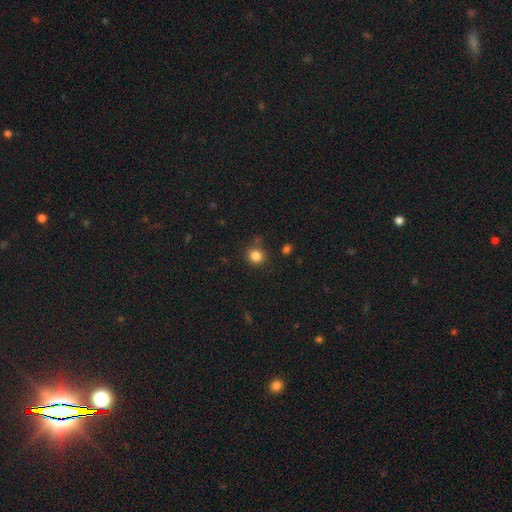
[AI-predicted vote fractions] The model was most divided on "merging": none: 81%, minor disturbance: 12%, merger: 4%, major disturbance: 3%. More confident: how rounded — round (85%); smooth or featured — smooth (84%).